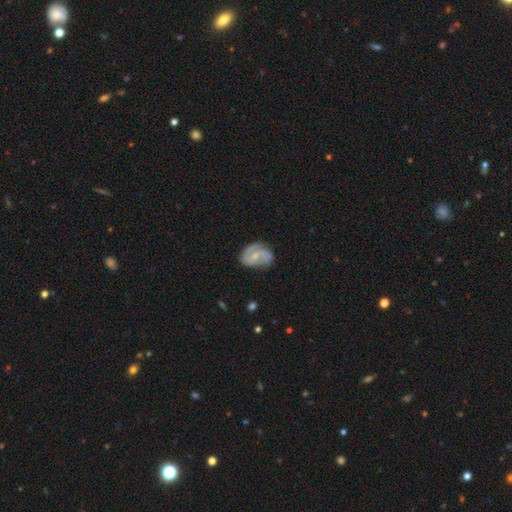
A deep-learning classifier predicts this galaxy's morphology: Q: Smooth or featured?
A: featured or disk (75%); runner-up: smooth (19%)
Q: Edge-on disk?
A: no (97%); runner-up: yes (3%)
Q: Bar?
A: weak (45%); runner-up: no (44%)
Q: Spiral arms?
A: yes (91%); runner-up: no (9%)
Q: Spiral winding?
A: medium (48%); runner-up: tight (30%)
Q: Spiral arm count?
A: 2 (73%); runner-up: can't tell (11%)
Q: Bulge size?
A: small (55%); runner-up: moderate (35%)
Q: Merging?
A: none (61%); runner-up: minor disturbance (25%)